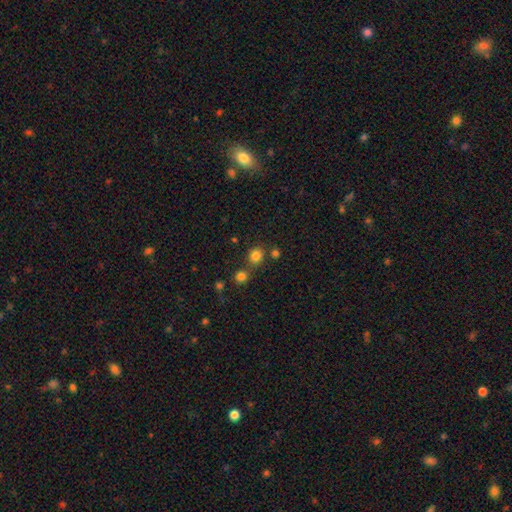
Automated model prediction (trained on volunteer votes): smooth 80%, star or artifact 15%, featured or disk 5%. Down the decision tree: how rounded — round (84%); merging — none (71%).